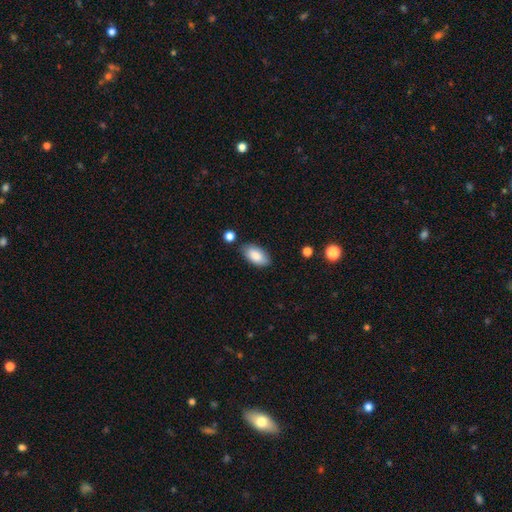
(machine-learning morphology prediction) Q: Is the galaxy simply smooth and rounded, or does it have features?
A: smooth — 85%.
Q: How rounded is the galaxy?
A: in between — 94%.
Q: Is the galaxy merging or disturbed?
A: none — 81%.